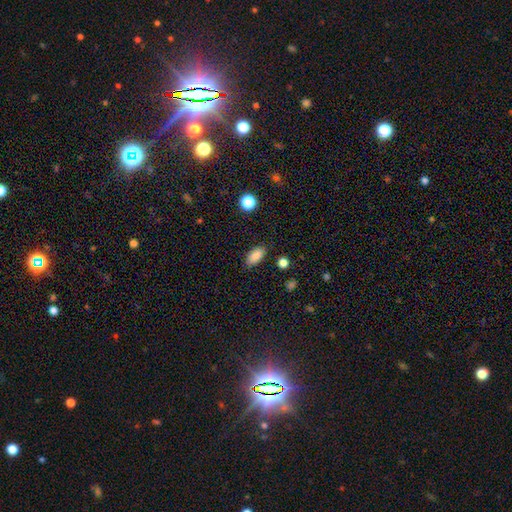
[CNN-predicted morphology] Smooth or featured? Predicted: smooth (p=0.86). How rounded? Predicted: in between (p=0.90). Merging? Predicted: none (p=0.84).